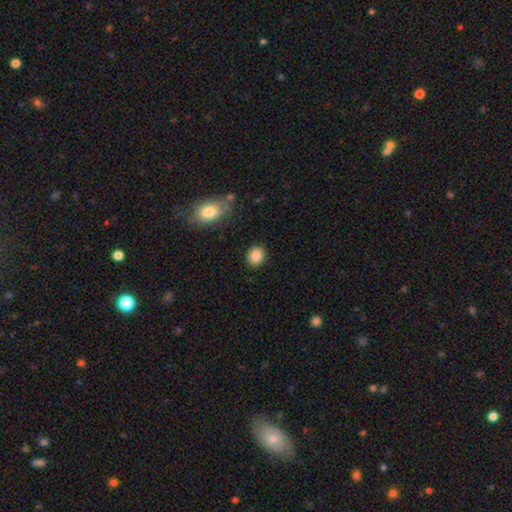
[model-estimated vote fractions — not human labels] Morphology: type=smooth (87%); roundness=round (59%); merging=none (88%).